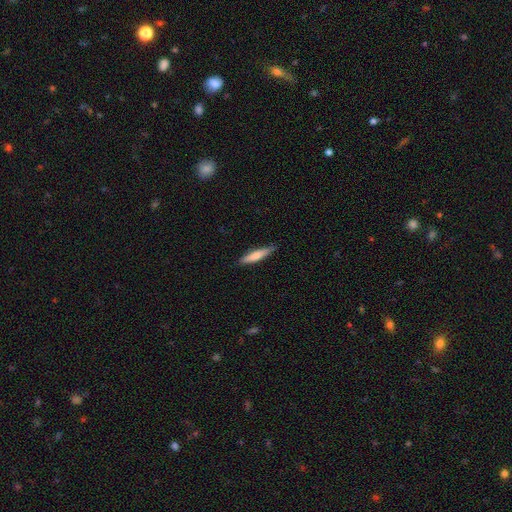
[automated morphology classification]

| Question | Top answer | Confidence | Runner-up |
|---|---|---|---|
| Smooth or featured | smooth | 69% | featured or disk (26%) |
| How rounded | cigar-shaped | 86% | in between (12%) |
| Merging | none | 85% | minor disturbance (12%) |